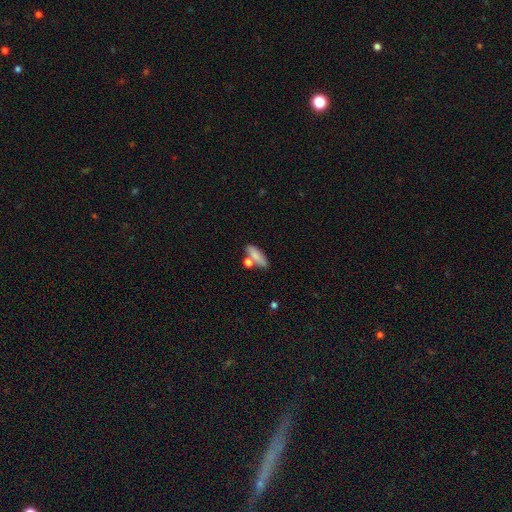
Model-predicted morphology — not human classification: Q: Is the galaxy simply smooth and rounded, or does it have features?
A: smooth — 80%.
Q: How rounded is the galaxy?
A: in between — 58%.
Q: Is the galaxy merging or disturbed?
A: none — 61%.